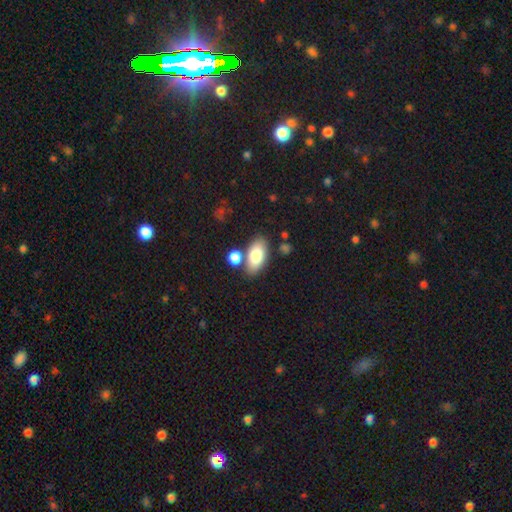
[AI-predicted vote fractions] A smooth galaxy with no disk features (79%) that is in between round and cigar-shaped (91%).

Vote fractions:
- Smooth or featured? smooth: 79% / featured or disk: 14% / star or artifact: 7%
- How rounded? in between: 91% / cigar-shaped: 5% / round: 4%
- Merging? none: 71% / merger: 14% / minor disturbance: 11% / major disturbance: 3%